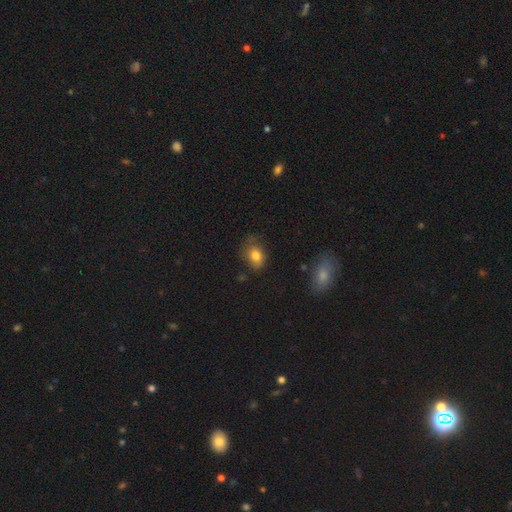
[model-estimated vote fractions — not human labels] This appears to be a smooth galaxy with no disk features (79%) that is in between round and cigar-shaped (65%). Merging: none (60%).